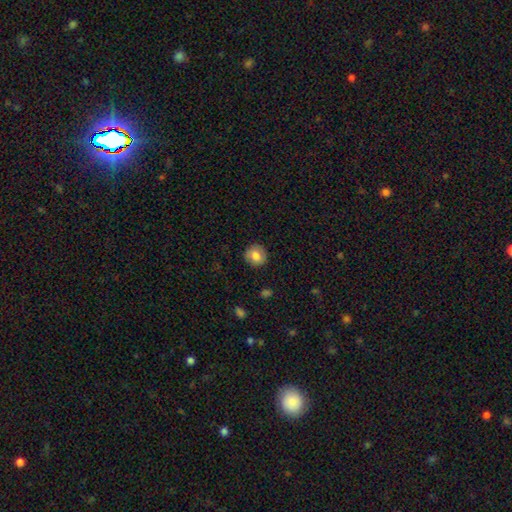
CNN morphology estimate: Overall: smooth (79%). How rounded: round (88%). Merging: none (88%).